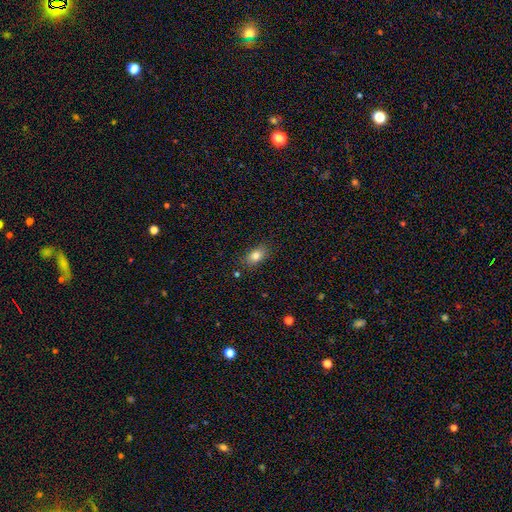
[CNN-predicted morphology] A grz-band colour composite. It shows a smooth galaxy with no disk features (82%) that is in between round and cigar-shaped (85%). Merging: none (83%).